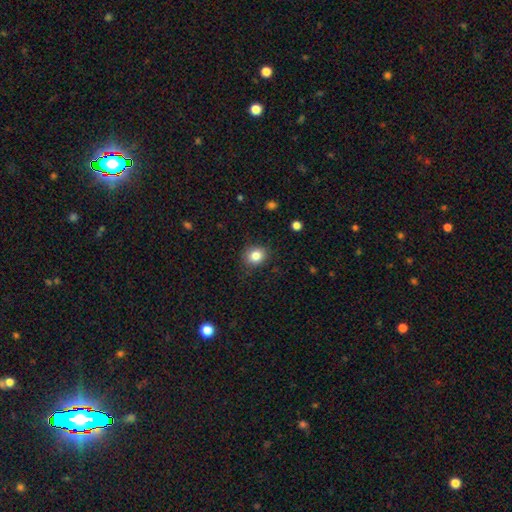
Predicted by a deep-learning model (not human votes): This is clearly a smooth galaxy (83%). How rounded: likely round (66%). Merging: clearly none (85%).